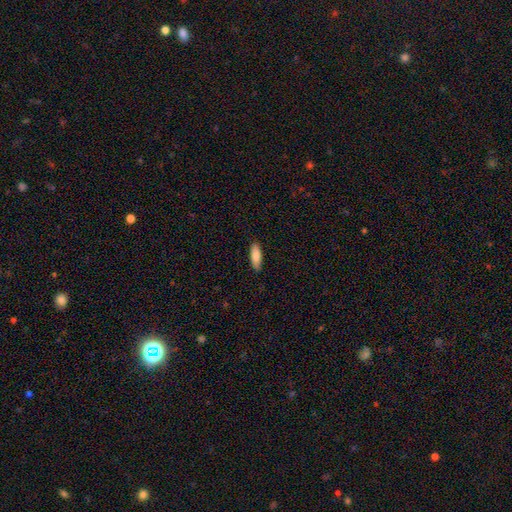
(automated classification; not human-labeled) Smooth or featured? Predicted: smooth (p=0.84). How rounded? Predicted: in between (p=0.60). Merging? Predicted: none (p=0.88).